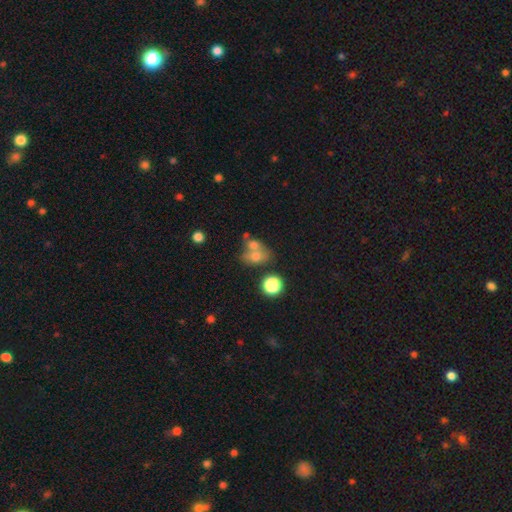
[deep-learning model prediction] Smooth or featured? smooth (67%)
How rounded? in between (56%)
Merging? merger (54%)